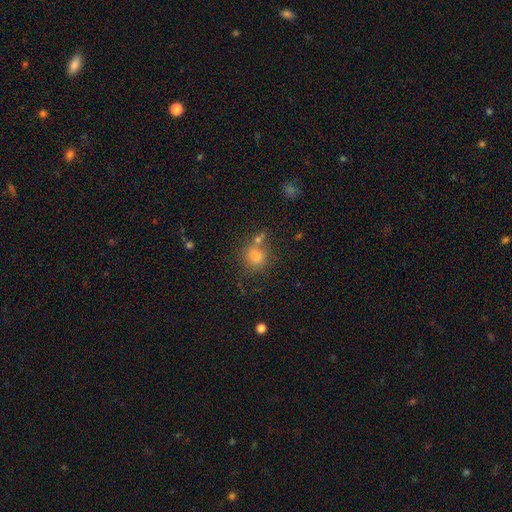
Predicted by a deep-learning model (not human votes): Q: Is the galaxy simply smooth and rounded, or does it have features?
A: smooth — 76%.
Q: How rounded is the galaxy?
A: round — 83%.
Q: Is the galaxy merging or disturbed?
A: none — 64%.